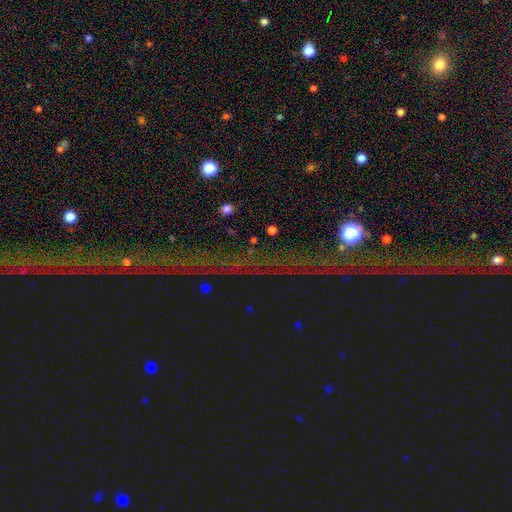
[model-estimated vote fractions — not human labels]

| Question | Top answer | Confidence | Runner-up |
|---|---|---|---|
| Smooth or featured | star or artifact | 84% | featured or disk (9%) |